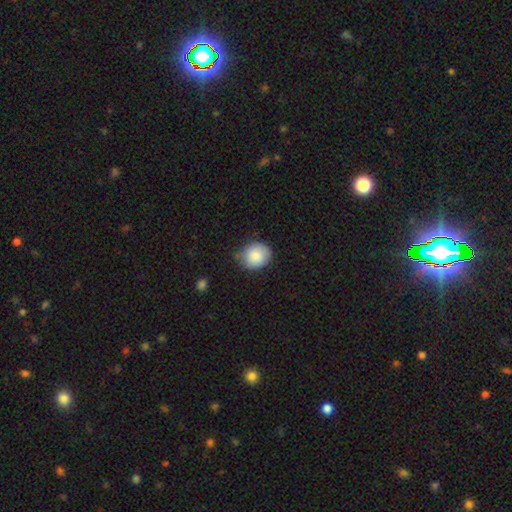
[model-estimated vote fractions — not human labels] Morphology: type=smooth (85%); roundness=round (73%); merging=none (73%).